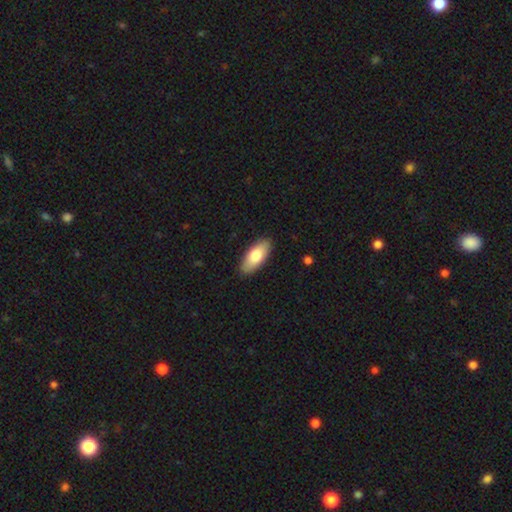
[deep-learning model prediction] Smooth or featured? smooth (78%)
How rounded? in between (83%)
Merging? none (89%)